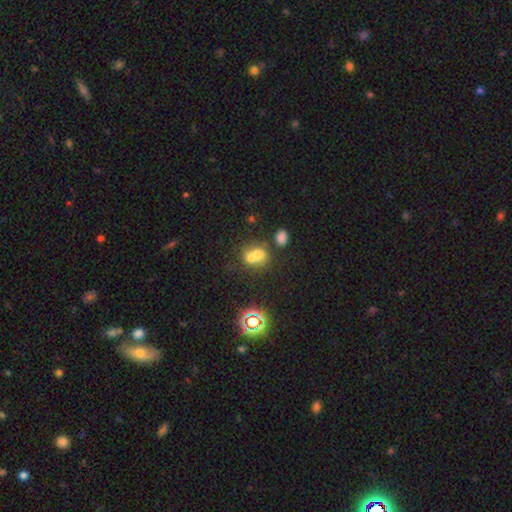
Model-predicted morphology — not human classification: smooth 64%, featured or disk 20%, star or artifact 17%. Down the decision tree: how rounded — round (64%); merging — merger (62%).